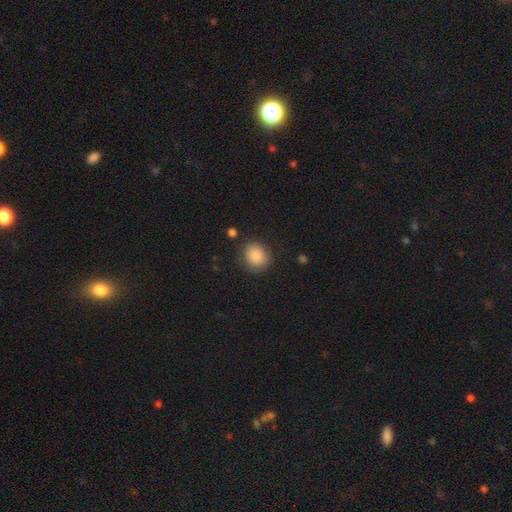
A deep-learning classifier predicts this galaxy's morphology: This appears to be a smooth galaxy with no disk features (86%) that is round (73%). Merging: none (83%).